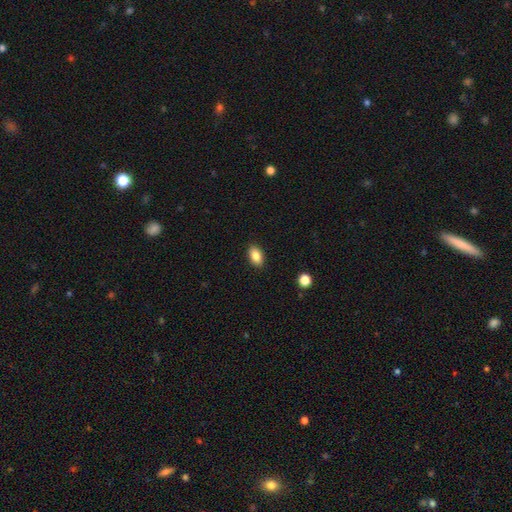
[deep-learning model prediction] Morphology: type=smooth (87%); roundness=in between (91%); merging=none (89%).